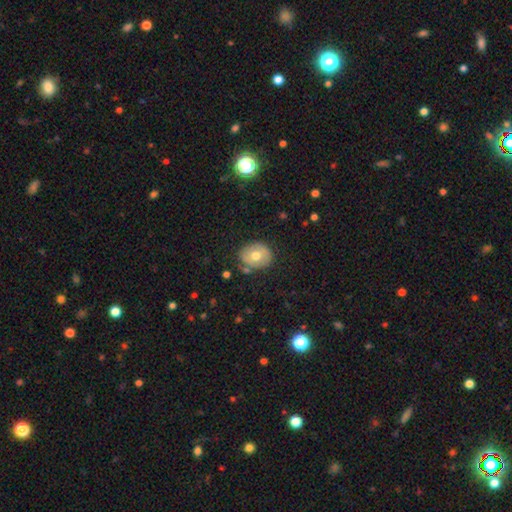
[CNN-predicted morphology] Q: Smooth or featured?
A: smooth (62%); runner-up: featured or disk (30%)
Q: How rounded?
A: round (61%); runner-up: in between (38%)
Q: Merging?
A: none (76%); runner-up: minor disturbance (16%)